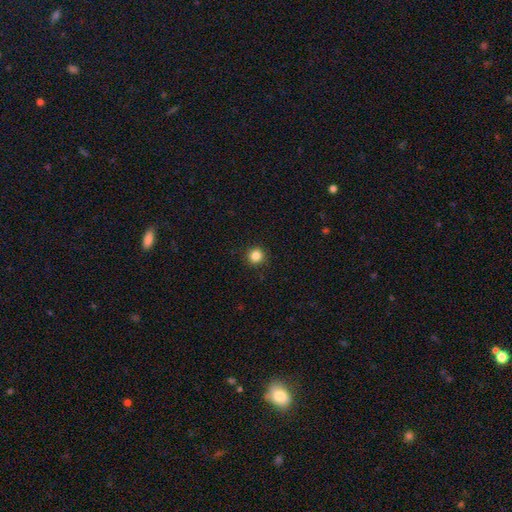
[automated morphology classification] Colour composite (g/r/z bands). It shows a smooth galaxy with no disk features (86%) that is round (94%). Merging: none (92%).